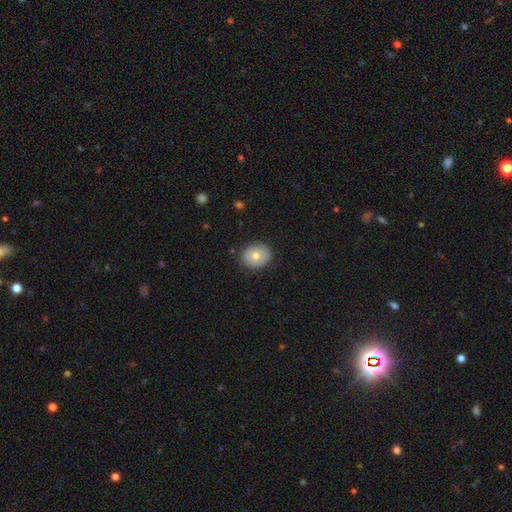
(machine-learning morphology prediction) A smooth galaxy with no disk features (68%) that is round (70%).

Vote fractions:
- Smooth or featured? smooth: 68% / featured or disk: 24% / star or artifact: 8%
- How rounded? round: 70% / in between: 29% / cigar-shaped: 1%
- Merging? none: 86% / minor disturbance: 11% / major disturbance: 3% / merger: 1%